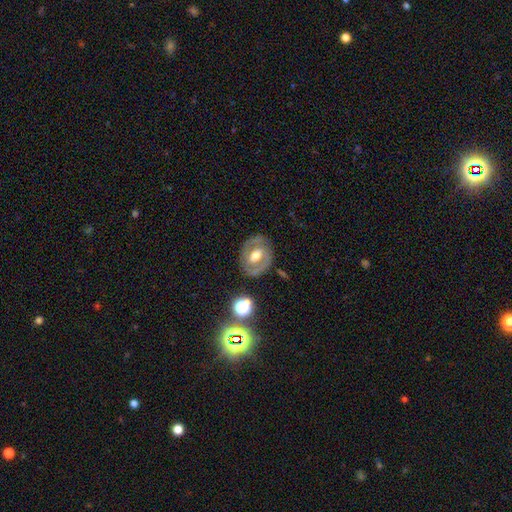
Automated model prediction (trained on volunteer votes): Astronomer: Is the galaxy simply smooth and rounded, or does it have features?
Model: featured or disk — 66%.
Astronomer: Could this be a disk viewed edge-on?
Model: no — 95%.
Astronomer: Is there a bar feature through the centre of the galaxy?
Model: weak — 40% (runner-up: no, 36%).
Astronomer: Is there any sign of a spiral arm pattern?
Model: yes — 55% (runner-up: no, 45%).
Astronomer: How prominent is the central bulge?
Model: moderate — 69%.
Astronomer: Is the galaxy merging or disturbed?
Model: none — 78%.